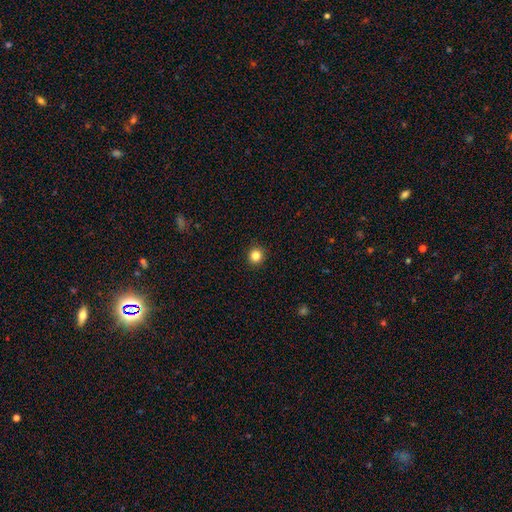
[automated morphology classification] A smooth galaxy with no disk features (84%) that is round (90%).

Vote fractions:
- Smooth or featured? smooth: 84% / star or artifact: 12% / featured or disk: 5%
- How rounded? round: 90% / in between: 9% / cigar-shaped: 1%
- Merging? none: 92% / minor disturbance: 5% / major disturbance: 2% / merger: 1%